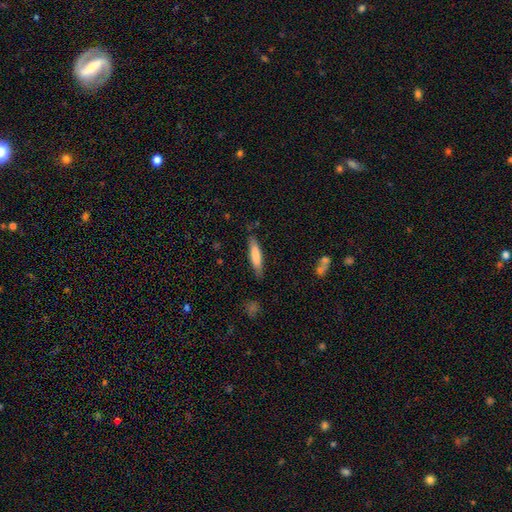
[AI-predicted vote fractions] Smooth or featured: smooth — 75% (featured or disk — 19%)
How rounded: cigar-shaped — 81% (in between — 18%)
Merging: none — 82% (minor disturbance — 13%)